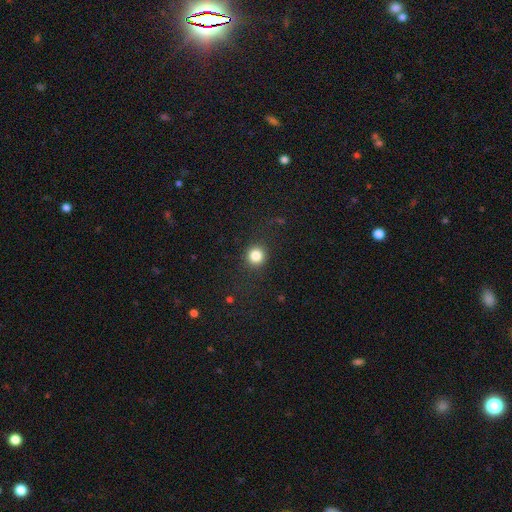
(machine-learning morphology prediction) Smooth or featured?
  - smooth: 84% *
  - star or artifact: 11%
  - featured or disk: 5%
How rounded?
  - round: 92% *
  - in between: 7%
  - cigar-shaped: 1%
Merging?
  - none: 88% *
  - minor disturbance: 7%
  - major disturbance: 3%
  - merger: 1%